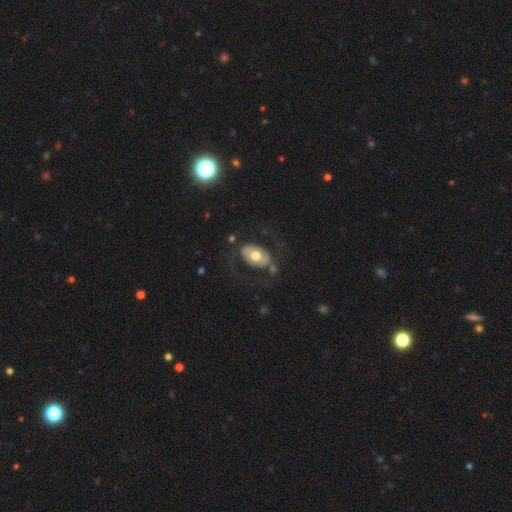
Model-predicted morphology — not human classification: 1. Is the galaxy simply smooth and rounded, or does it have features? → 51% featured or disk, 43% smooth, 6% star or artifact.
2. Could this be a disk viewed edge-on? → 93% no, 7% yes.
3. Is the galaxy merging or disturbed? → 65% none, 17% major disturbance, 14% minor disturbance, 4% merger.